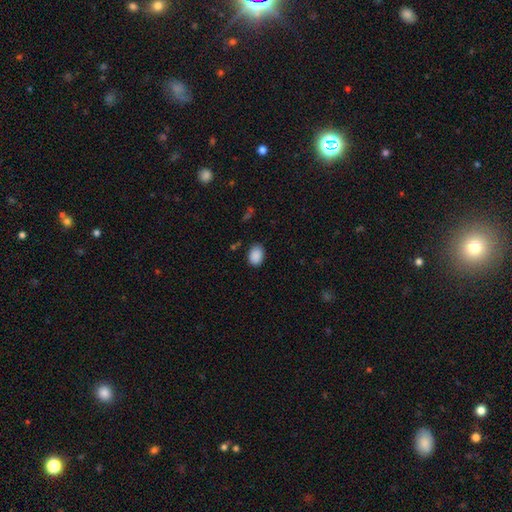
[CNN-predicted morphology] type=smooth (89%); roundness=in between (75%); merging=none (82%).